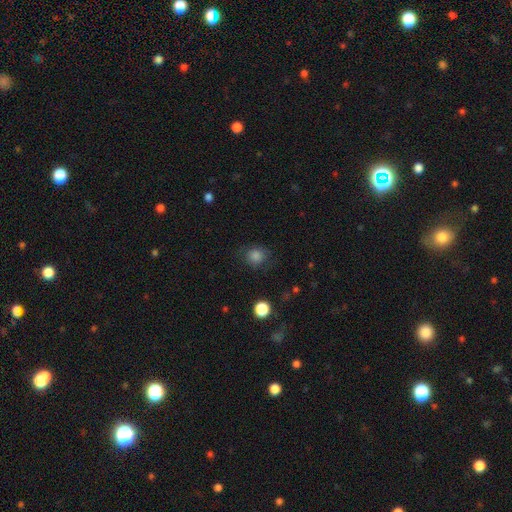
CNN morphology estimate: Smooth or featured? Predicted: smooth (p=0.81). How rounded? Predicted: round (p=0.76). Merging? Predicted: none (p=0.75).